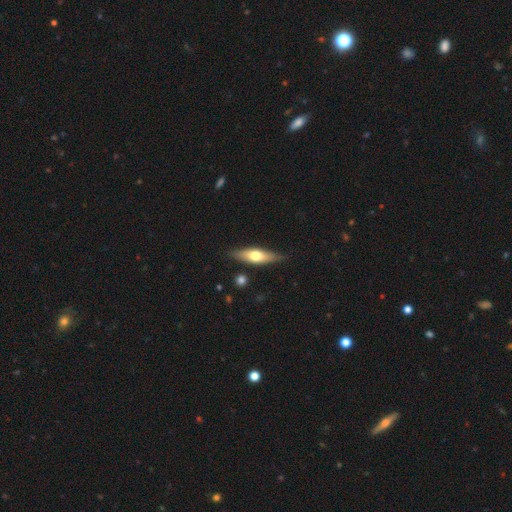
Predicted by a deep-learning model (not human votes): The model was most divided on "smooth or featured": smooth: 50%, featured or disk: 45%, star or artifact: 5%. More confident: merging — none (84%).